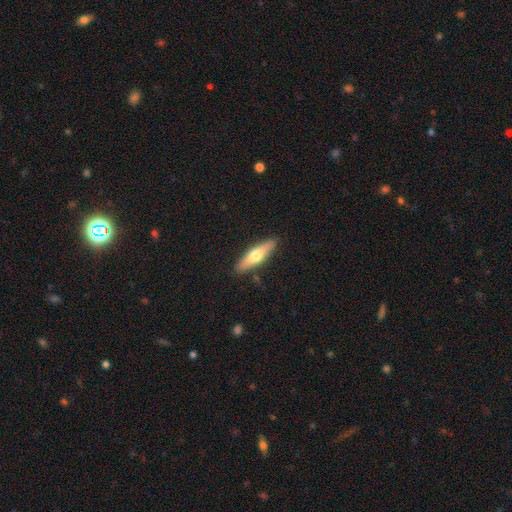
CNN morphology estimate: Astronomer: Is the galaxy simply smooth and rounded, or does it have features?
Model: smooth — 58% (runner-up: featured or disk, 36%).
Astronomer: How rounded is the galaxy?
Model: cigar-shaped — 66%.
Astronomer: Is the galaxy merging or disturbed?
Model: none — 87%.